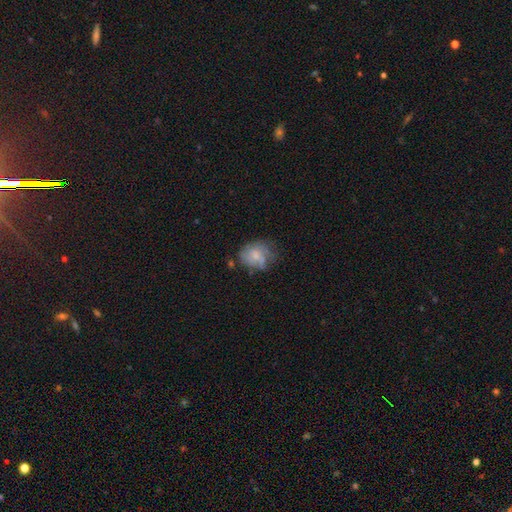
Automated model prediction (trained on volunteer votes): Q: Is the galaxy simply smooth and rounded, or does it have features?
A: smooth — 52%.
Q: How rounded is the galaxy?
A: round — 52%.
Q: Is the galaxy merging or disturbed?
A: none — 46%.